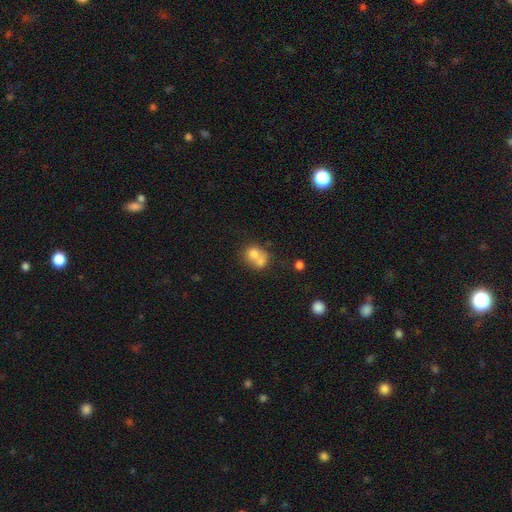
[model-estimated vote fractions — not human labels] Smooth or featured? Predicted: smooth (p=0.70). How rounded? Predicted: round (p=0.67). Merging? Predicted: merger (p=0.62).